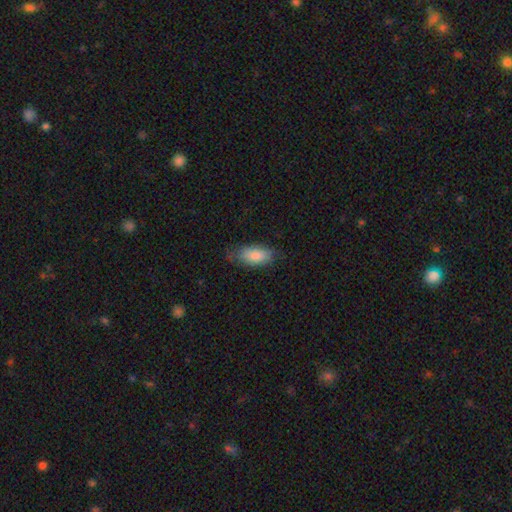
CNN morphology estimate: This appears to be a smooth galaxy with no disk features (82%) that is in between round and cigar-shaped (89%). Merging: none (70%).